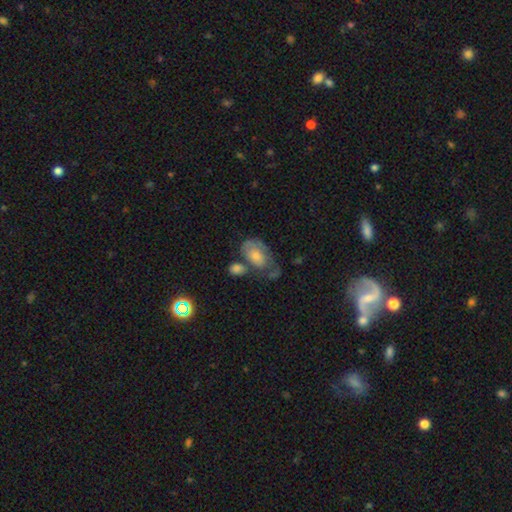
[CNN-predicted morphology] smooth_or_featured: smooth (p=0.48) [alt: featured or disk p=0.42]
merging: none (p=0.34) [alt: minor disturbance p=0.24]